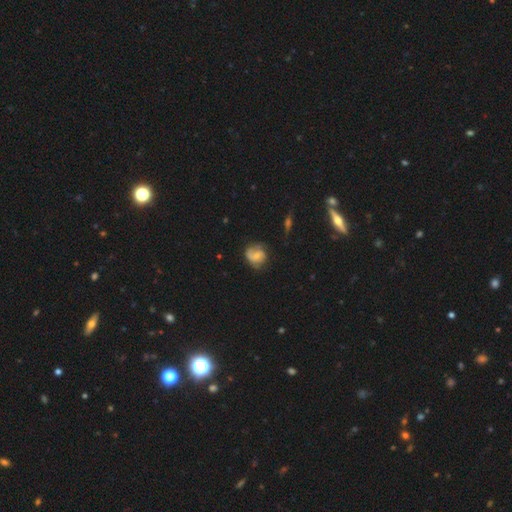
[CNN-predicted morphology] Smooth or featured? Predicted: featured or disk (p=0.54). Edge-on disk? Predicted: no (p=0.97). Bar? Predicted: no (p=0.55). Spiral arms? Predicted: yes (p=0.84). Bulge size? Predicted: small (p=0.46). Merging? Predicted: none (p=0.57).